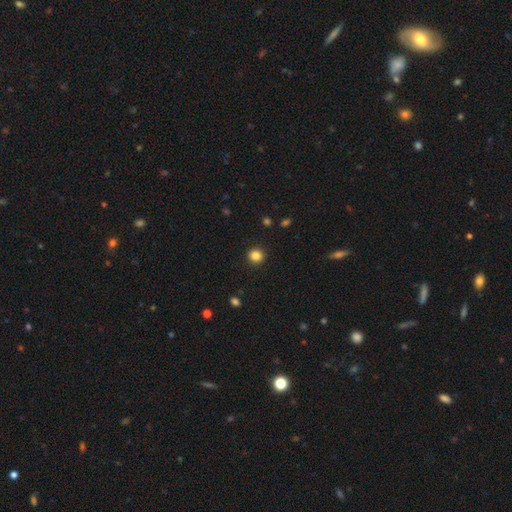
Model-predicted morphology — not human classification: Q: Smooth or featured?
A: smooth (85%); runner-up: star or artifact (11%)
Q: How rounded?
A: round (92%); runner-up: in between (7%)
Q: Merging?
A: none (92%); runner-up: minor disturbance (5%)